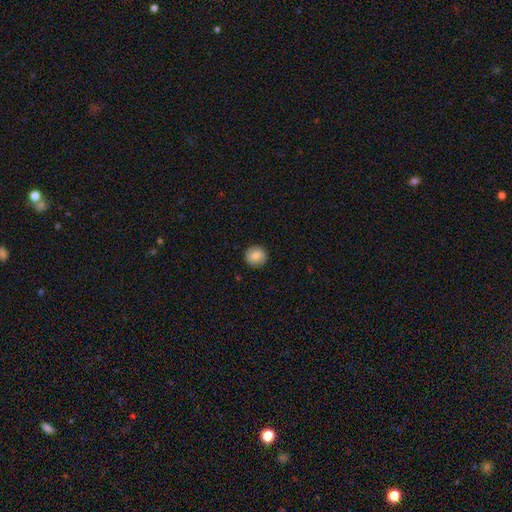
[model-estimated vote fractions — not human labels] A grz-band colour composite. It shows a smooth galaxy with no disk features (80%) that is round (90%). Merging: none (90%).